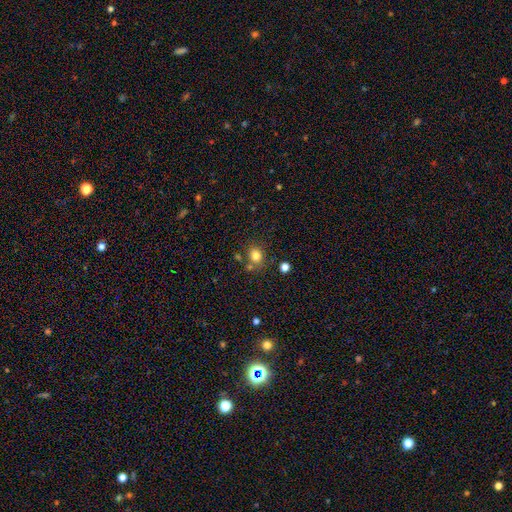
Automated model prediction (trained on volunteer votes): Morphology: type=smooth (80%); roundness=round (71%); merging=none (71%).